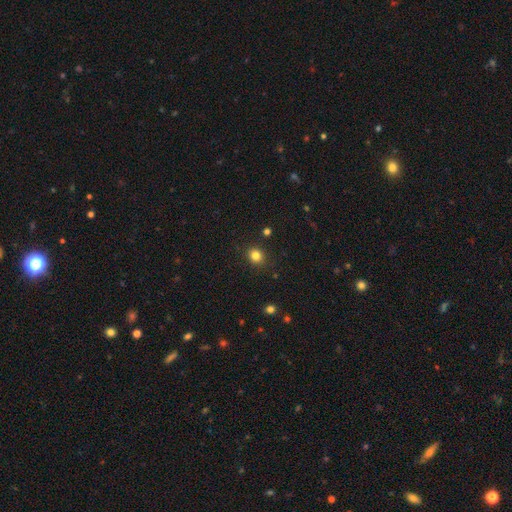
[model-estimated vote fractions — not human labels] This is clearly a smooth galaxy (82%). How rounded: likely round (80%). Merging: clearly none (89%).